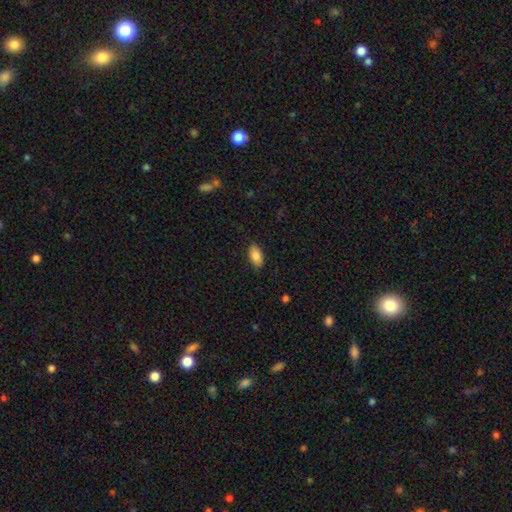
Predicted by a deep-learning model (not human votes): smooth 85%, featured or disk 8%, star or artifact 7%. Down the decision tree: how rounded — in between (93%); merging — none (86%).